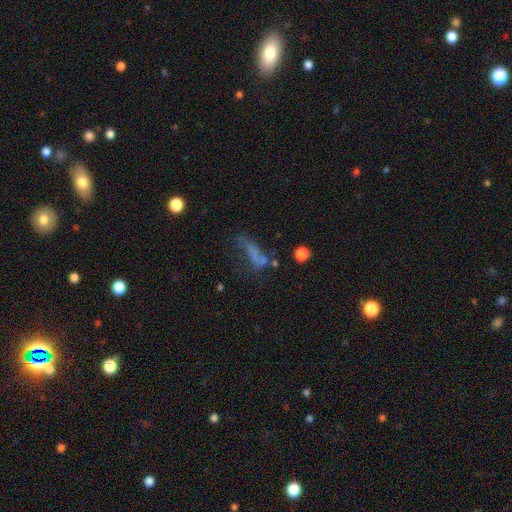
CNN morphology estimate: Overall: smooth (49%; featured or disk 30%). Merging: major disturbance (35%; none 31%).